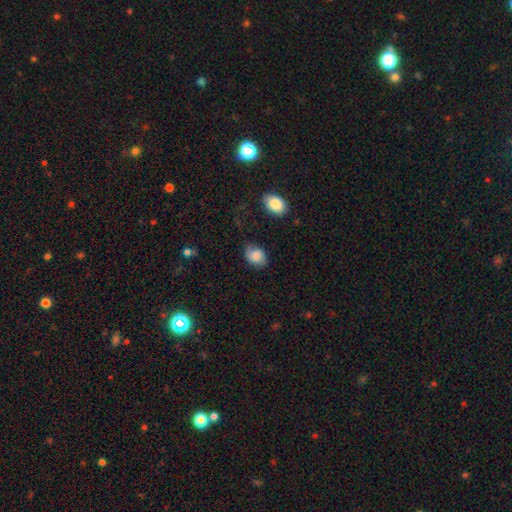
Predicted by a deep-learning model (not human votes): The model was most divided on "merging": none: 64%, minor disturbance: 27%, major disturbance: 7%, merger: 2%. More confident: smooth or featured — smooth (74%); how rounded — in between (68%).